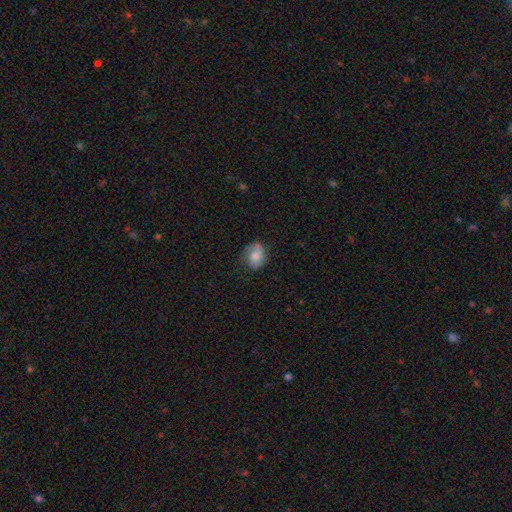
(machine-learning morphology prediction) The model was most divided on "how rounded": in between: 51%, round: 48%, cigar-shaped: 1%. More confident: merging — none (68%); smooth or featured — smooth (67%).